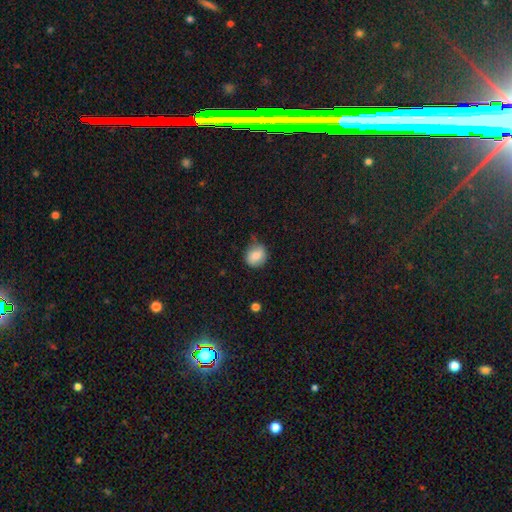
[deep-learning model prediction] A smooth galaxy with no disk features (81%) that is round (72%).

Vote fractions:
- Smooth or featured? smooth: 81% / featured or disk: 11% / star or artifact: 9%
- How rounded? round: 72% / in between: 27% / cigar-shaped: 1%
- Merging? none: 62% / minor disturbance: 29% / major disturbance: 7% / merger: 3%